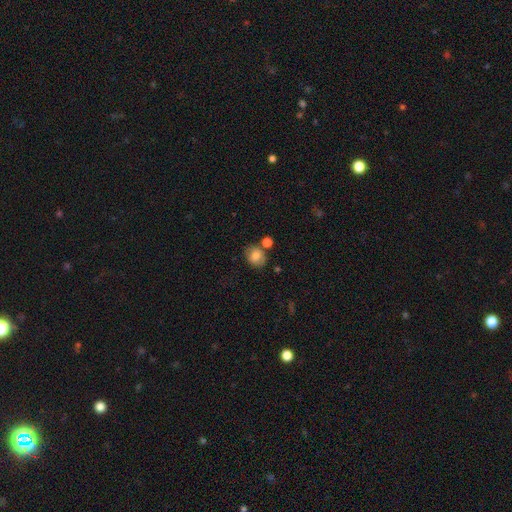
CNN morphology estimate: This appears to be a smooth galaxy with no disk features (79%) that is round (65%). Merging: none (71%).